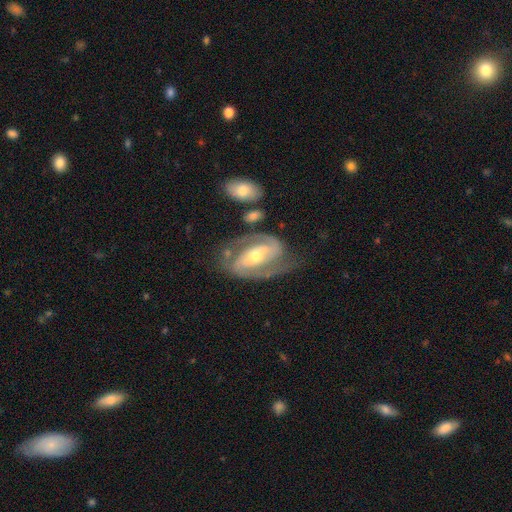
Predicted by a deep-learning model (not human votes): Smooth or featured? Predicted: featured or disk (p=0.89). Edge-on disk? Predicted: no (p=0.96). Bar? Predicted: strong (p=0.40). Spiral arms? Predicted: yes (p=0.96). Spiral winding? Predicted: medium (p=0.49). Spiral arm count? Predicted: 2 (p=0.89). Bulge size? Predicted: moderate (p=0.58). Merging? Predicted: none (p=0.66).